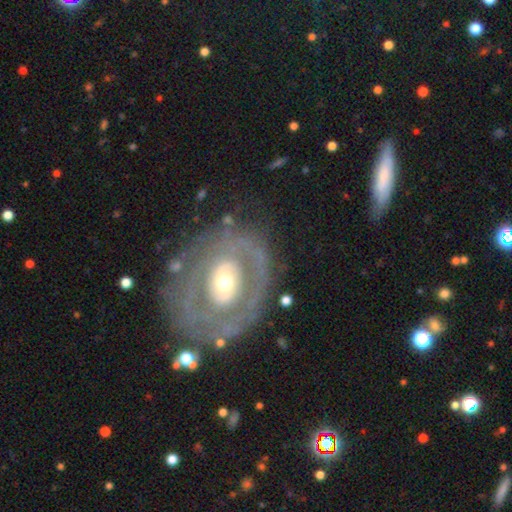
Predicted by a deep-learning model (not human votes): This is likely a featured or disk galaxy (75%). It is clearly not viewed edge-on (94%). Bar: likely no (69%). Spiral arm pattern: possibly no (56%). Central bulge: possibly moderate (53%). Merging: likely none (71%).